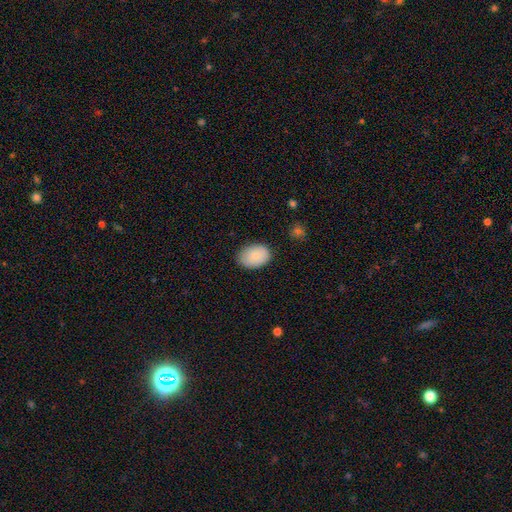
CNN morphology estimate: smooth 83%, featured or disk 10%, star or artifact 7%. Down the decision tree: how rounded — in between (84%); merging — none (83%).